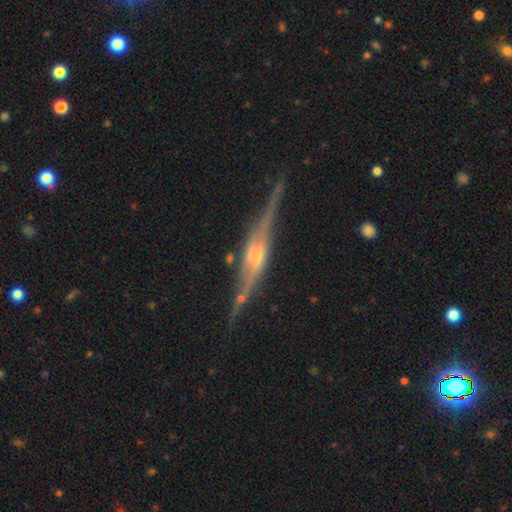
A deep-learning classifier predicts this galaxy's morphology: A featured or disk galaxy (87%) viewed edge-on (97%) with a rounded central bulge (66%). Merging: none (80%).